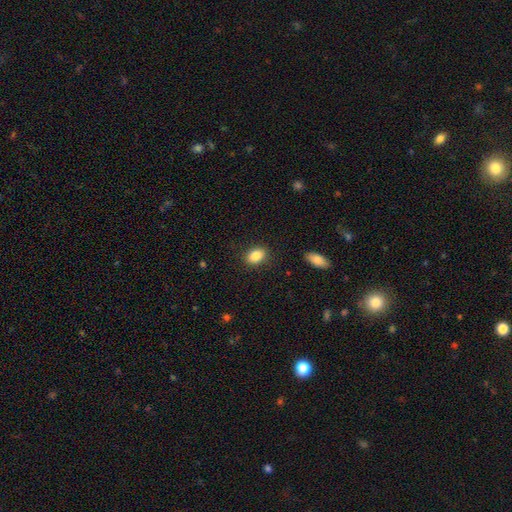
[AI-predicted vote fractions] A smooth galaxy with no disk features (85%) that is in between round and cigar-shaped (79%).

Vote fractions:
- Smooth or featured? smooth: 85% / star or artifact: 8% / featured or disk: 6%
- How rounded? in between: 79% / round: 20% / cigar-shaped: 1%
- Merging? none: 87% / minor disturbance: 9% / major disturbance: 3% / merger: 1%